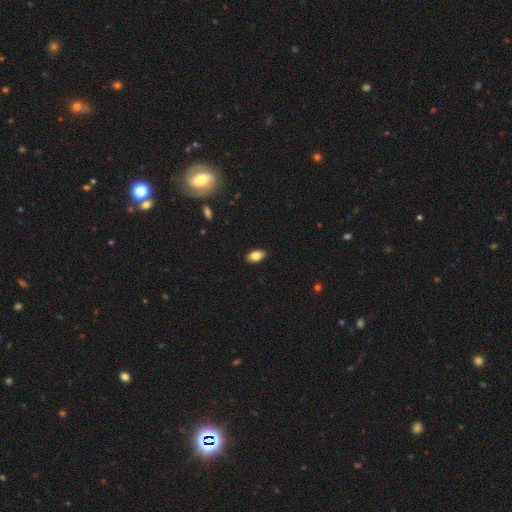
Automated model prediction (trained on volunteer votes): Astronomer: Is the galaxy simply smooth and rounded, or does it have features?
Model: smooth — 84%.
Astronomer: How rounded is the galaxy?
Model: in between — 92%.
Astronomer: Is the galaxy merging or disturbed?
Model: none — 89%.